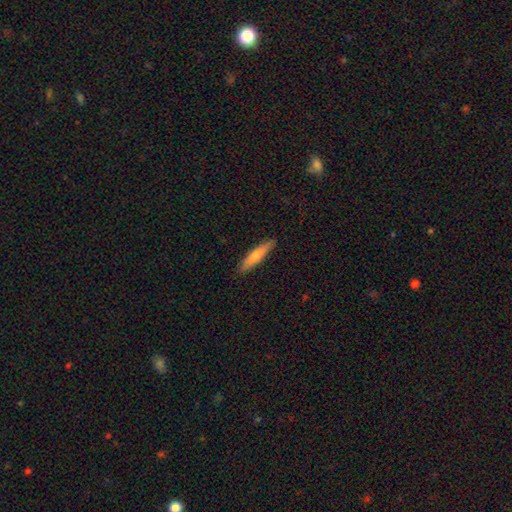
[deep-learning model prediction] Smooth or featured? Predicted: smooth (p=0.60). How rounded? Predicted: cigar-shaped (p=0.89). Merging? Predicted: none (p=0.90).